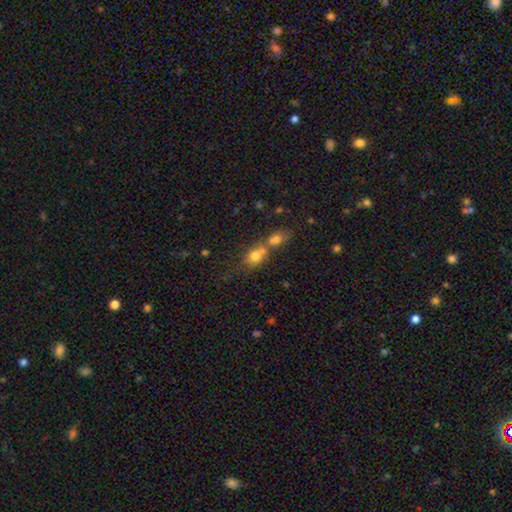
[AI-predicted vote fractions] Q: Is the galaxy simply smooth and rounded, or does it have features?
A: smooth — 74%.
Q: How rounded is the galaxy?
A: in between — 50%.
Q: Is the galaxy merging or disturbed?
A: merger — 59%.